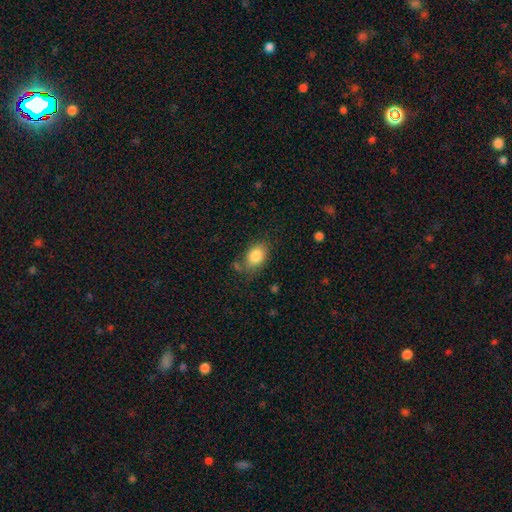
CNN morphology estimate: smooth_or_featured: smooth (p=0.84) [alt: featured or disk p=0.08]
how_rounded: in between (p=0.82) [alt: round p=0.16]
merging: none (p=0.69) [alt: minor disturbance p=0.20]